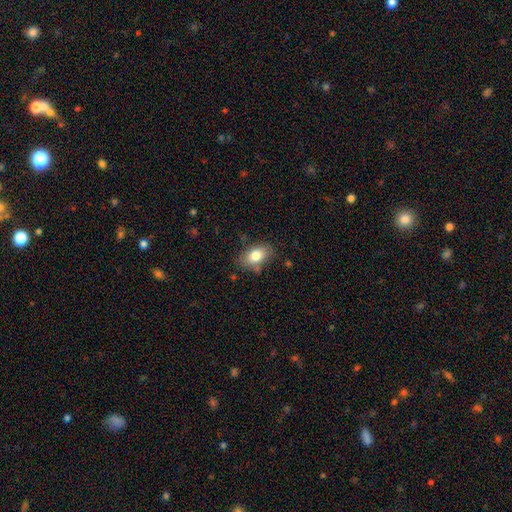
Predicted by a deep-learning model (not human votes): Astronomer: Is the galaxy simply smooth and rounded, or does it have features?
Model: smooth — 79%.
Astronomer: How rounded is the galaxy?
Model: in between — 88%.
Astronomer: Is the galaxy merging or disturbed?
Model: none — 76%.